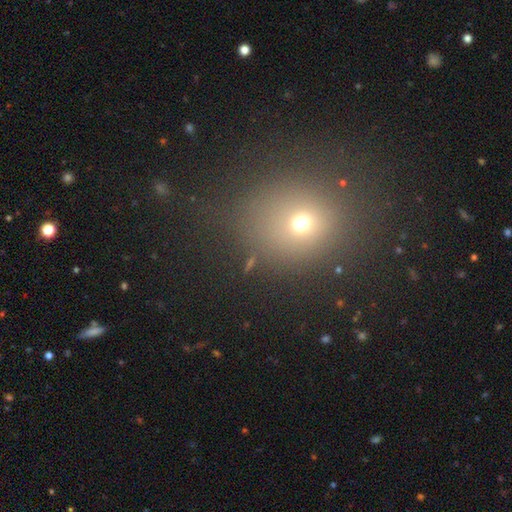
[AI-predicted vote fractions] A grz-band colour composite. It shows a smooth galaxy with no disk features (61%) that is round (82%). Merging: none (81%).